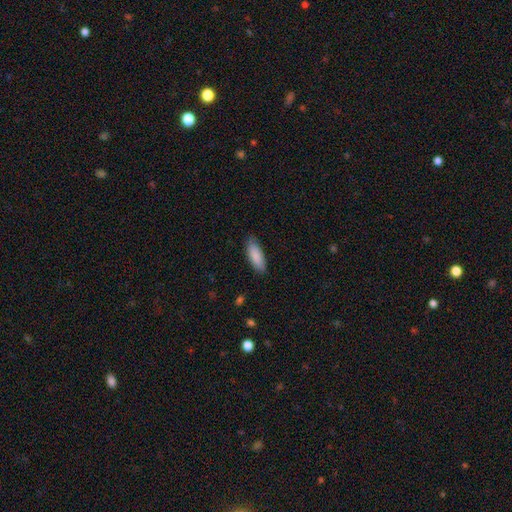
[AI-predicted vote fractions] A smooth galaxy with no disk features (88%) that is in between round and cigar-shaped (67%). Merging: none (83%).